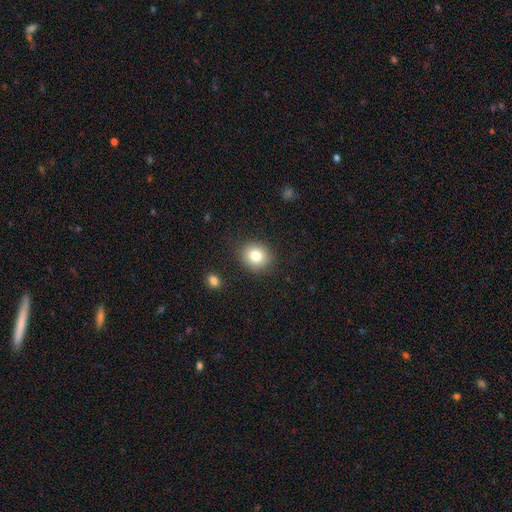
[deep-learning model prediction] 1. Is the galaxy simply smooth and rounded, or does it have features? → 81% smooth, 10% star or artifact, 9% featured or disk.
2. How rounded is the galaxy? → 75% round, 25% in between, 1% cigar-shaped.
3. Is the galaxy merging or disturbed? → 87% none, 9% minor disturbance, 3% major disturbance, 2% merger.